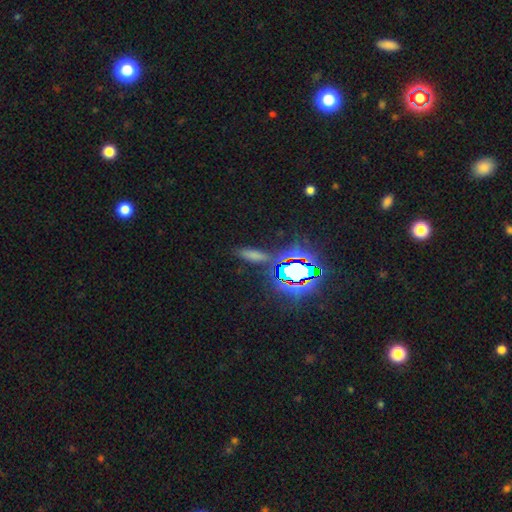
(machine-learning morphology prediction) smooth-or-featured: smooth: 51% | star or artifact: 36% | featured or disk: 13%
  how-rounded: cigar-shaped: 62% | in between: 32% | round: 7%
  merging: none: 81% | minor disturbance: 11% | merger: 4% | major disturbance: 4%